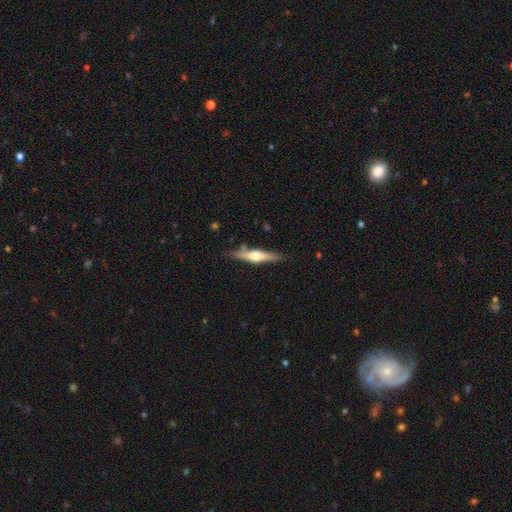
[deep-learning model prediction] smooth-or-featured: featured or disk: 63% | smooth: 31% | star or artifact: 6%
  disk-edge-on: yes: 95% | no: 5%
    edge-on-bulge: rounded: 94% | boxy: 3% | none: 3%
  merging: none: 80% | minor disturbance: 14% | merger: 3% | major disturbance: 3%